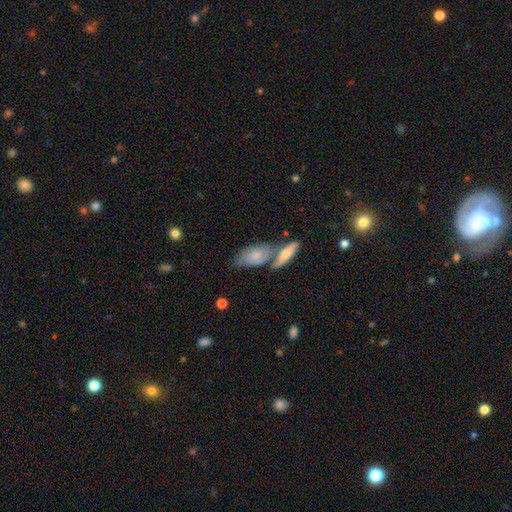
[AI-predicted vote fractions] Q: Smooth or featured?
A: smooth (66%); runner-up: featured or disk (28%)
Q: How rounded?
A: in between (86%); runner-up: cigar-shaped (9%)
Q: Merging?
A: merger (45%); runner-up: none (33%)